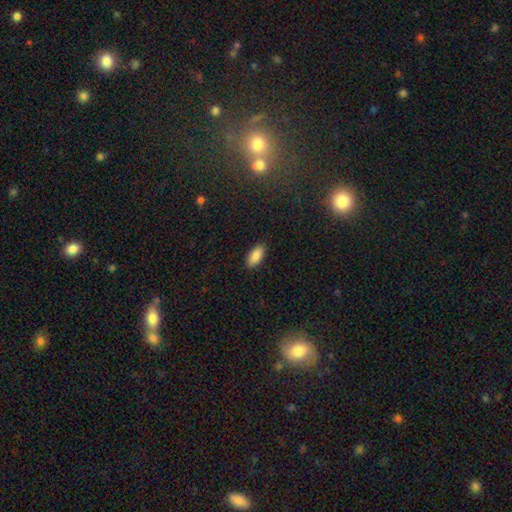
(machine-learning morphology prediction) A smooth galaxy with no disk features (87%) that is in between round and cigar-shaped (89%).

Vote fractions:
- Smooth or featured? smooth: 87% / star or artifact: 7% / featured or disk: 6%
- How rounded? in between: 89% / cigar-shaped: 9% / round: 2%
- Merging? none: 88% / minor disturbance: 9% / major disturbance: 2% / merger: 1%